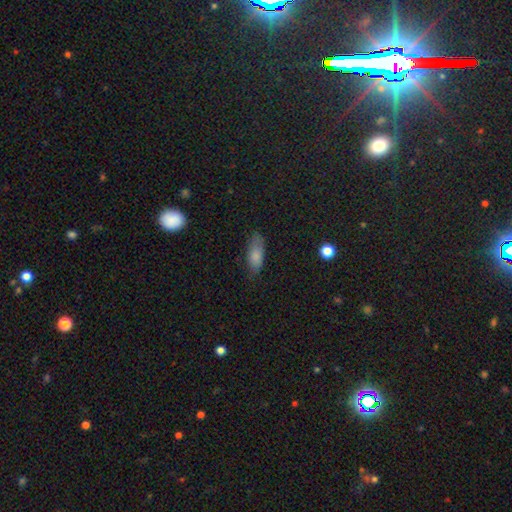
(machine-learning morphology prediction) Smooth or featured? Predicted: smooth (p=0.81). How rounded? Predicted: in between (p=0.76). Merging? Predicted: none (p=0.70).